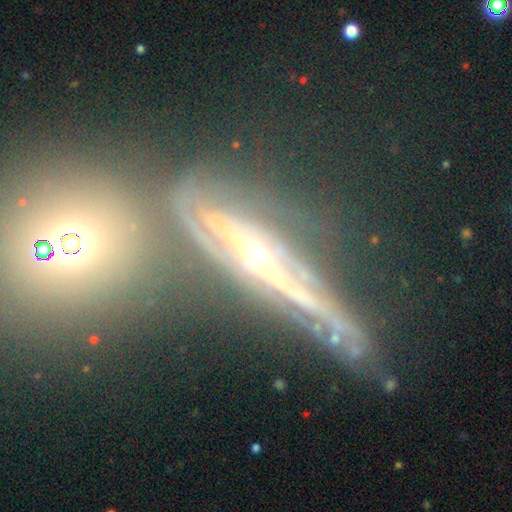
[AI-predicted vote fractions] Overall: featured or disk (77%). Edge-on disk: yes (84%). Edge-on bulge: rounded (87%). Merging: none (61%).